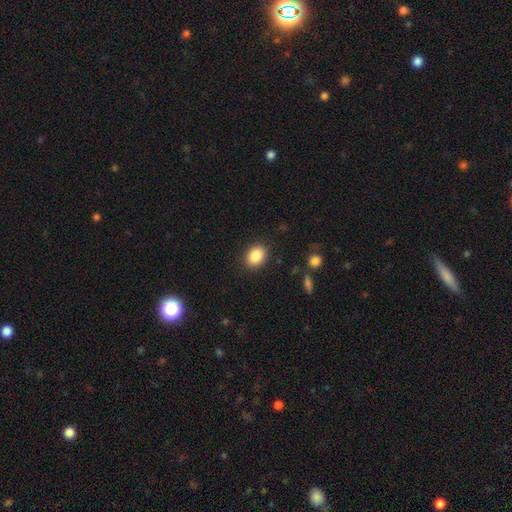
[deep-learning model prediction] This is clearly a smooth galaxy (87%). How rounded: likely in between (68%). Merging: clearly none (87%).